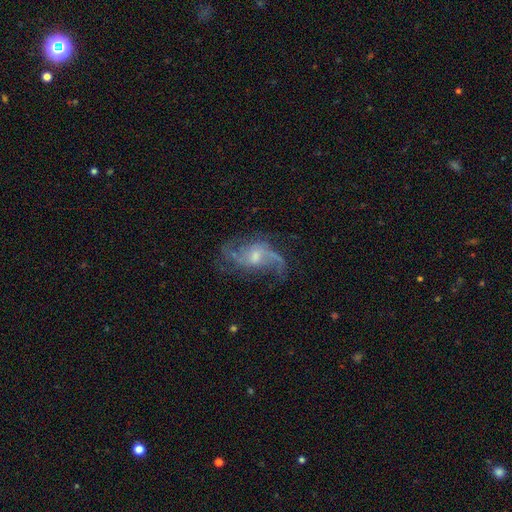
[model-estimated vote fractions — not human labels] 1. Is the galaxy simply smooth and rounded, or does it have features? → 82% featured or disk, 10% smooth, 8% star or artifact.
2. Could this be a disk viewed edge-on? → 96% no, 4% yes.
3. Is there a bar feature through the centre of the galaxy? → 52% no, 41% weak, 8% strong.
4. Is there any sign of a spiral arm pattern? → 92% yes, 8% no.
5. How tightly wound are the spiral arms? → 68% loose, 25% medium, 7% tight.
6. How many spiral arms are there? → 65% 2, 12% can't tell, 9% 3, 8% 1, 3% 4, 3% more than 4.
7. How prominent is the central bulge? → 48% moderate, 42% small, 5% none, 4% large, 1% dominant.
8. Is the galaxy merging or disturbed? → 58% none, 20% major disturbance, 20% minor disturbance, 2% merger.